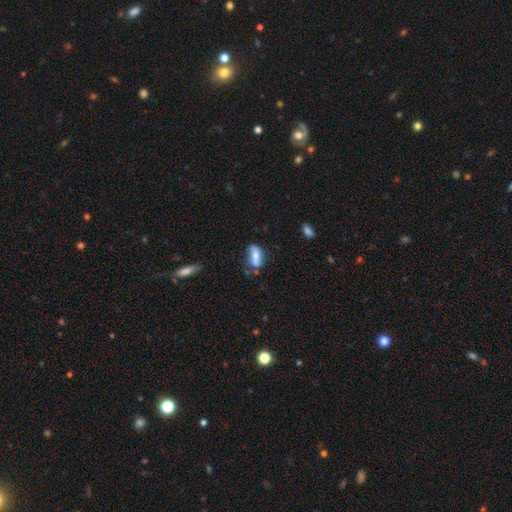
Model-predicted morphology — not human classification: smooth_or_featured: smooth (p=0.50) [alt: featured or disk p=0.42]
merging: none (p=0.60) [alt: minor disturbance p=0.24]